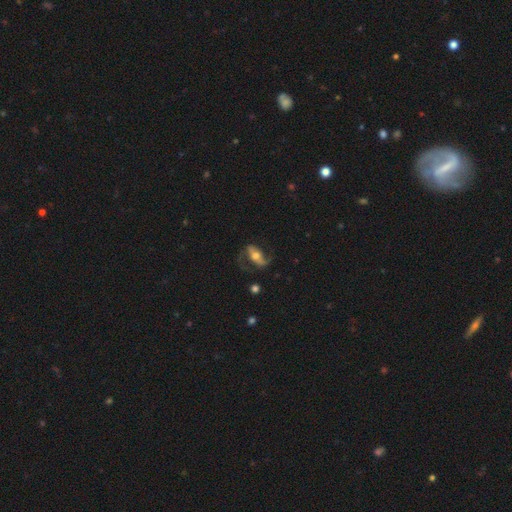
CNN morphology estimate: A featured or disk galaxy (75%) with a strong bar (43%), 2 (87%) loose (52%) spiral arms (88%) and a moderate central bulge (64%). Merging: none (61%).